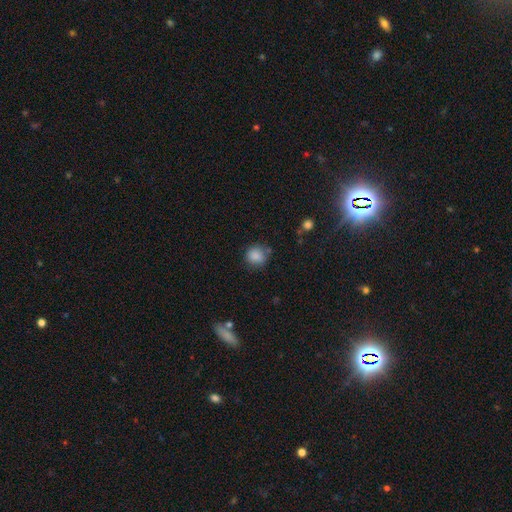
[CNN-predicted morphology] Q: Smooth or featured?
A: smooth (86%); runner-up: star or artifact (9%)
Q: How rounded?
A: round (84%); runner-up: in between (15%)
Q: Merging?
A: none (75%); runner-up: minor disturbance (16%)